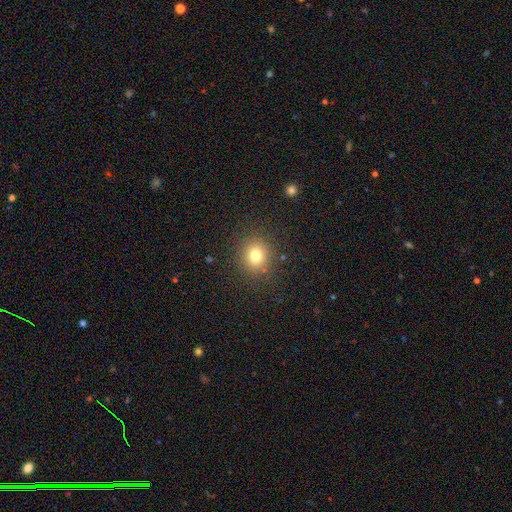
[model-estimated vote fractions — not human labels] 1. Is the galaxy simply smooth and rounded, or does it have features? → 76% smooth, 15% star or artifact, 8% featured or disk.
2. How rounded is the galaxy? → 85% round, 14% in between, 1% cigar-shaped.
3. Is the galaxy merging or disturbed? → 87% none, 8% minor disturbance, 4% major disturbance, 2% merger.